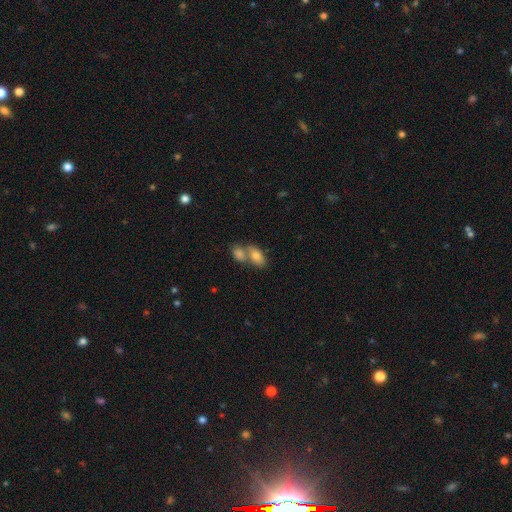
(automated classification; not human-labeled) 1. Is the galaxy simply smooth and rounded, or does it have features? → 79% smooth, 13% featured or disk, 8% star or artifact.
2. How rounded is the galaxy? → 90% in between, 6% round, 5% cigar-shaped.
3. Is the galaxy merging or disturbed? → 54% merger, 34% none, 8% minor disturbance, 3% major disturbance.